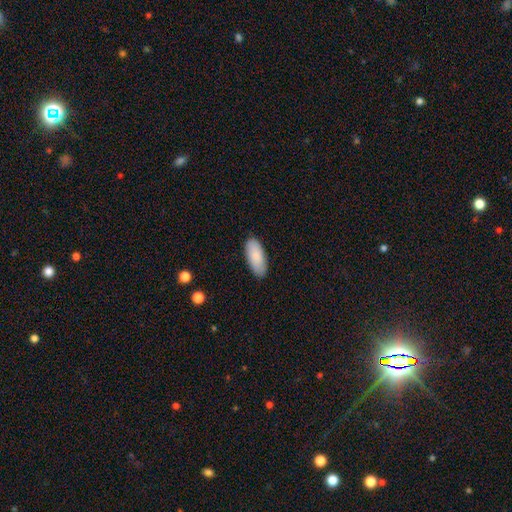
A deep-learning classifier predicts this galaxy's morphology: The model was most divided on "merging": none: 86%, minor disturbance: 11%, major disturbance: 2%, merger: 1%. More confident: how rounded — in between (88%); smooth or featured — smooth (88%).